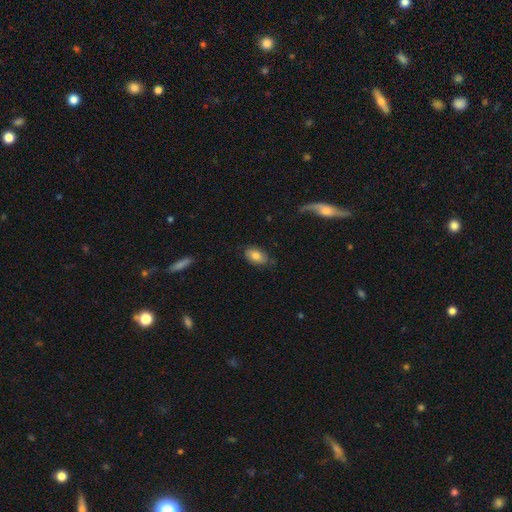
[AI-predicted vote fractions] smooth 73%, featured or disk 20%, star or artifact 8%. Down the decision tree: how rounded — in between (90%); merging — none (72%).